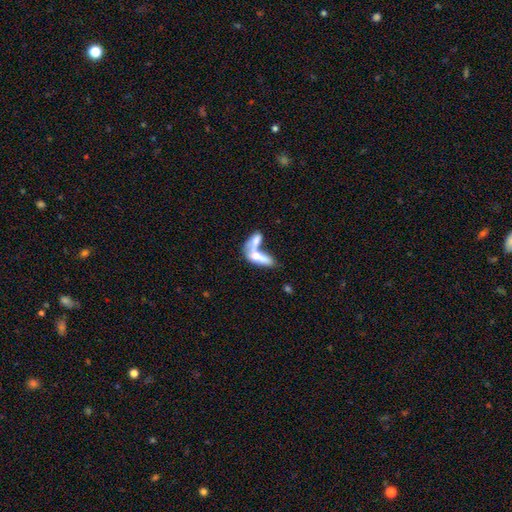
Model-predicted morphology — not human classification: A smooth galaxy with no disk features (62%) that is in between round and cigar-shaped (68%). Merging: merger (72%).